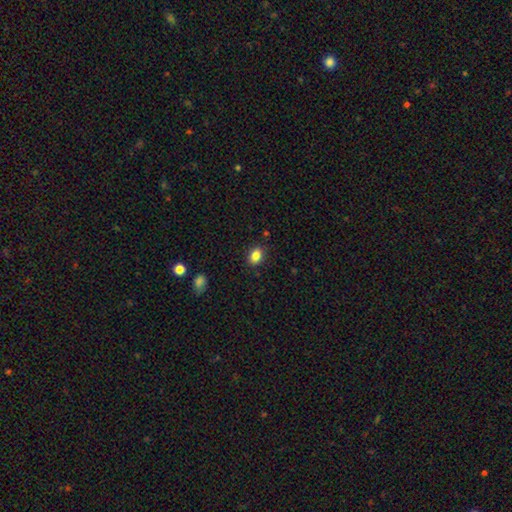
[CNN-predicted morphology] smooth 85%, star or artifact 10%, featured or disk 6%. Down the decision tree: how rounded — in between (70%); merging — none (87%).